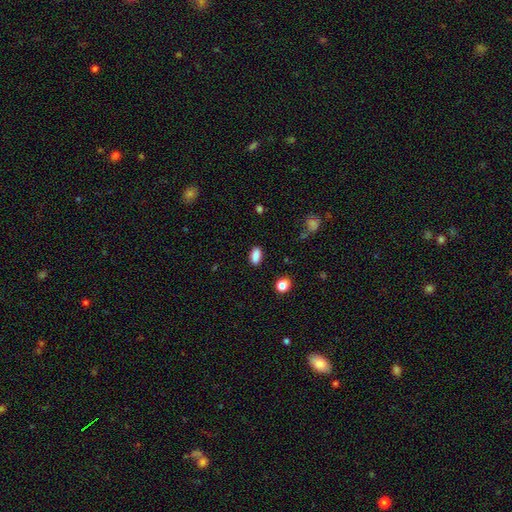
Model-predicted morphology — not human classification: A smooth galaxy with no disk features (87%) that is in between round and cigar-shaped (86%). Merging: none (86%).